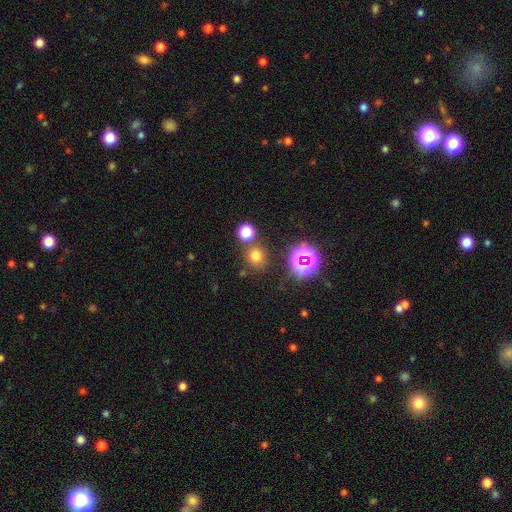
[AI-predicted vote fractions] smooth-or-featured: smooth: 68% | star or artifact: 25% | featured or disk: 7%
  how-rounded: round: 84% | in between: 15% | cigar-shaped: 1%
  merging: none: 75% | merger: 13% | minor disturbance: 9% | major disturbance: 3%